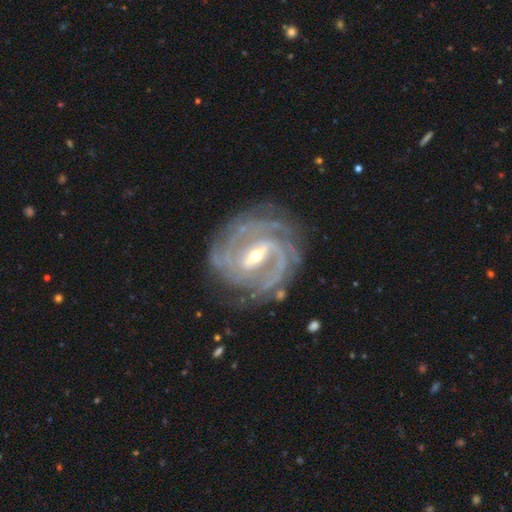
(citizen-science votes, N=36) Overall: featured or disk (94%). Edge-on disk: no (94%). Bar: strong (50%; weak 44%). Spiral arms: yes (100%). Spiral arm count: 2 (38%; 3 31%). Spiral winding: tight (50%; medium 44%). Bulge size: small (59%; moderate 38%). Merging: none (72%).